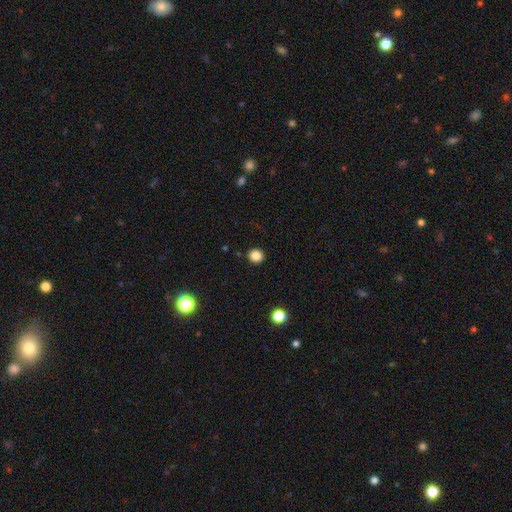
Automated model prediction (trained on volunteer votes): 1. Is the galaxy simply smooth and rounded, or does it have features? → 85% smooth, 12% star or artifact, 3% featured or disk.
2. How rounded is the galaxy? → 91% round, 8% in between, 1% cigar-shaped.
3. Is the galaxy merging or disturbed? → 92% none, 5% minor disturbance, 2% major disturbance, 1% merger.